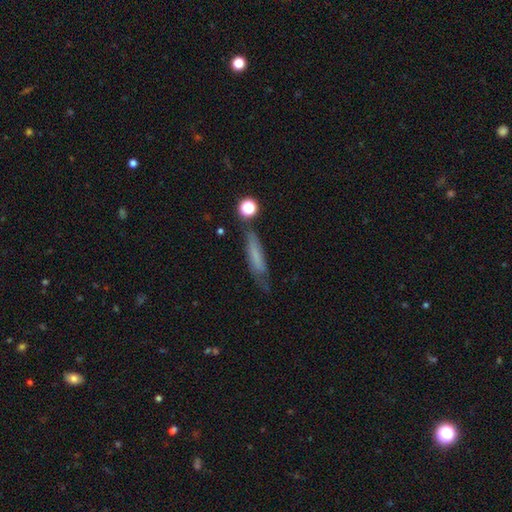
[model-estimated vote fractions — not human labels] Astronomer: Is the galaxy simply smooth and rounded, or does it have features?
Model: smooth — 60%.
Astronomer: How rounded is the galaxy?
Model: cigar-shaped — 79%.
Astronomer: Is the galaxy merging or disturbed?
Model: none — 62%.